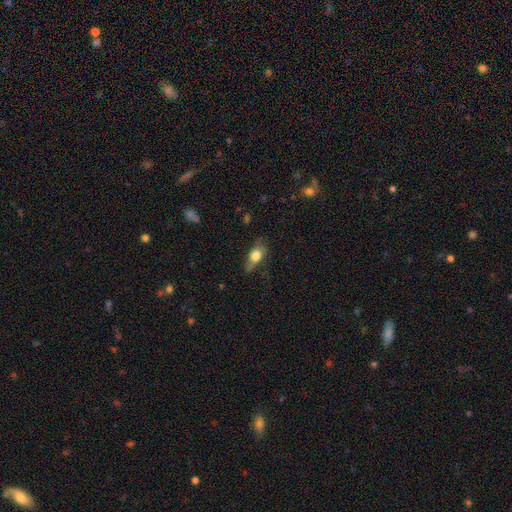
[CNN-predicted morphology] Smooth or featured? Predicted: smooth (p=0.65). How rounded? Predicted: in between (p=0.69). Merging? Predicted: none (p=0.56).